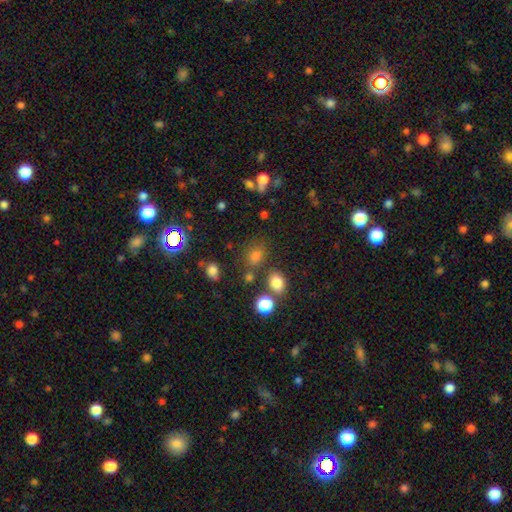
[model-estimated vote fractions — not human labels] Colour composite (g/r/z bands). It shows a smooth galaxy with no disk features (67%) that is round (53%). Merging: none (71%).